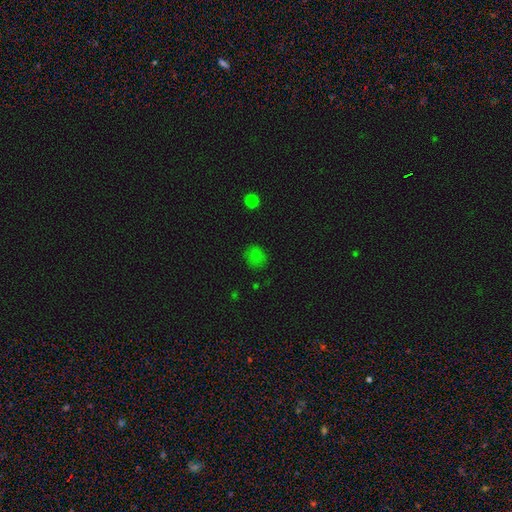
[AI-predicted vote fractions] Smooth or featured? Predicted: smooth (p=0.75). How rounded? Predicted: round (p=0.74). Merging? Predicted: none (p=0.77).